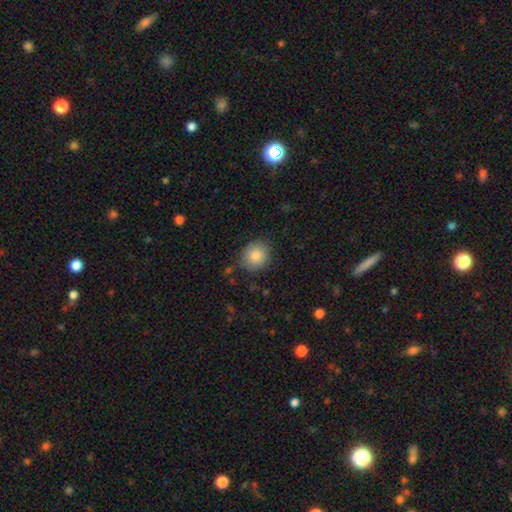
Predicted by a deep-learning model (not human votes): Smooth or featured?
  - smooth: 86% *
  - star or artifact: 8%
  - featured or disk: 6%
How rounded?
  - round: 76% *
  - in between: 23%
  - cigar-shaped: 1%
Merging?
  - none: 82% *
  - minor disturbance: 13%
  - major disturbance: 3%
  - merger: 2%